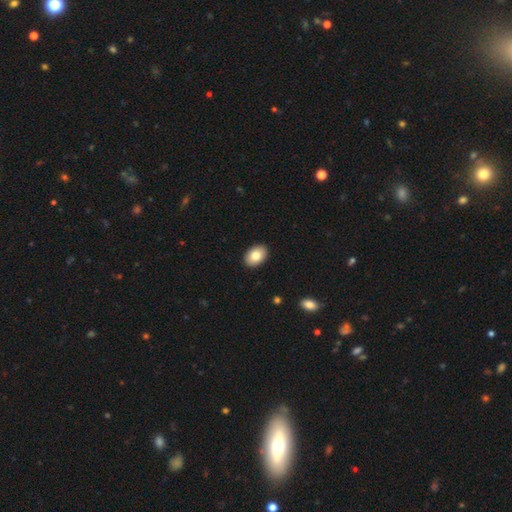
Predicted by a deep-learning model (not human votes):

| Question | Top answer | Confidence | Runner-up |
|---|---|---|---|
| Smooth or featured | smooth | 82% | featured or disk (11%) |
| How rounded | in between | 86% | round (13%) |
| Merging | none | 91% | minor disturbance (7%) |